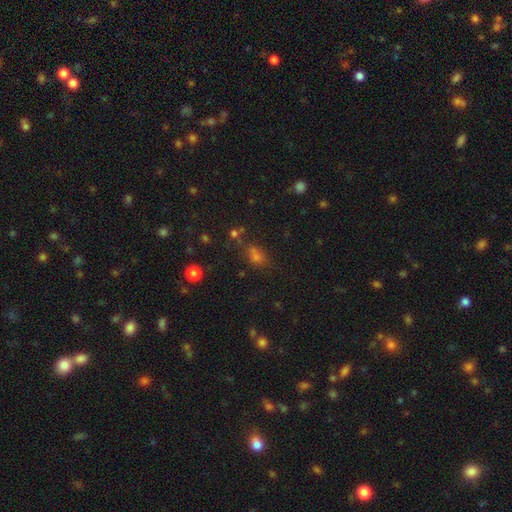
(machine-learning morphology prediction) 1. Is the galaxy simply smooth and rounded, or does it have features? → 55% smooth, 35% star or artifact, 9% featured or disk.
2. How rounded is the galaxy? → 59% in between, 37% round, 4% cigar-shaped.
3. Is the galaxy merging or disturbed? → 61% none, 17% minor disturbance, 13% merger, 9% major disturbance.